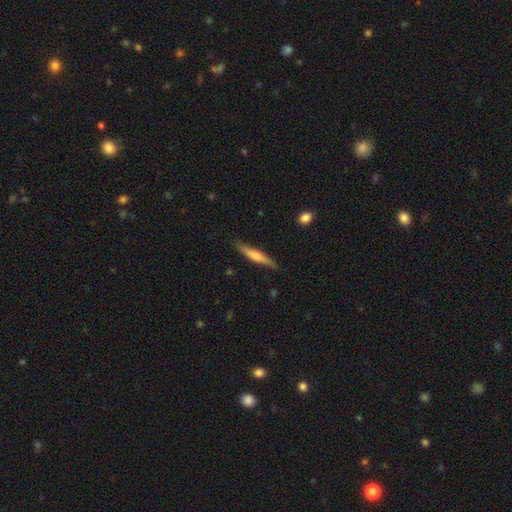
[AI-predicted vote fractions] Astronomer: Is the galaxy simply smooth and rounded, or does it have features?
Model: smooth — 52% (runner-up: featured or disk, 43%).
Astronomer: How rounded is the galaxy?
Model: cigar-shaped — 91%.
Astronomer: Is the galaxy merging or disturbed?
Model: none — 85%.